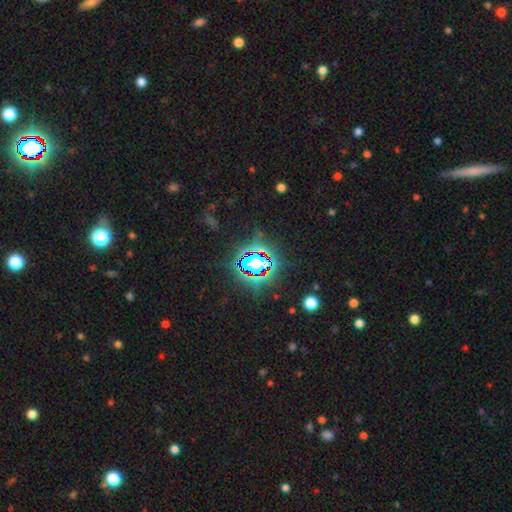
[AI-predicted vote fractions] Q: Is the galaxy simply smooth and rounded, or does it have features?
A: star or artifact — 76%.